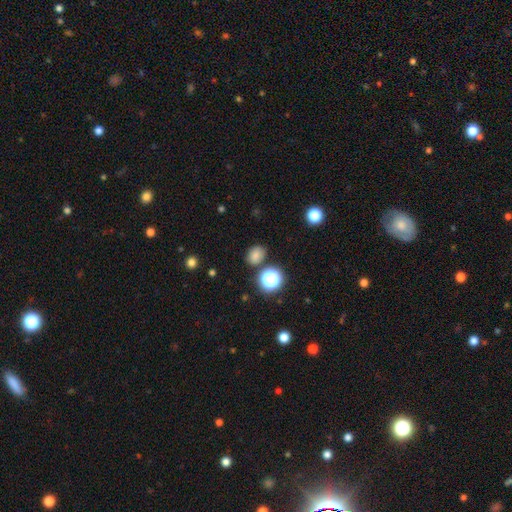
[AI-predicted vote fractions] The model was most divided on "how rounded": in between: 53%, round: 46%, cigar-shaped: 1%. More confident: merging — none (80%); smooth or featured — smooth (76%).